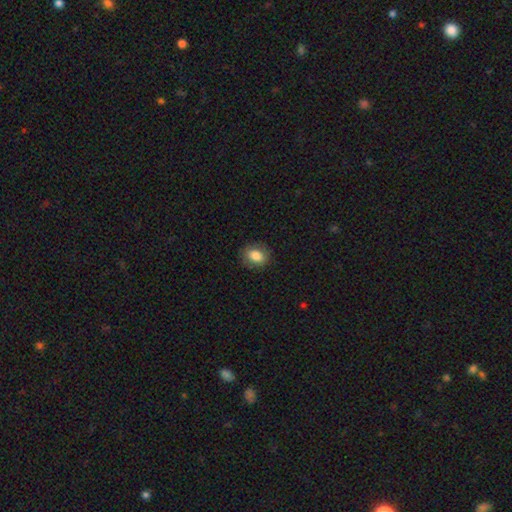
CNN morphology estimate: Smooth or featured? Predicted: smooth (p=0.82). How rounded? Predicted: in between (p=0.54). Merging? Predicted: none (p=0.86).